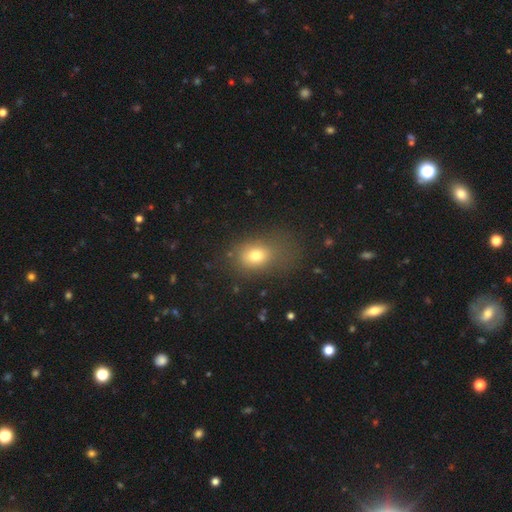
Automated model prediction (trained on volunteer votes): A smooth galaxy with no disk features (74%) that is in between round and cigar-shaped (65%). Merging: none (58%).